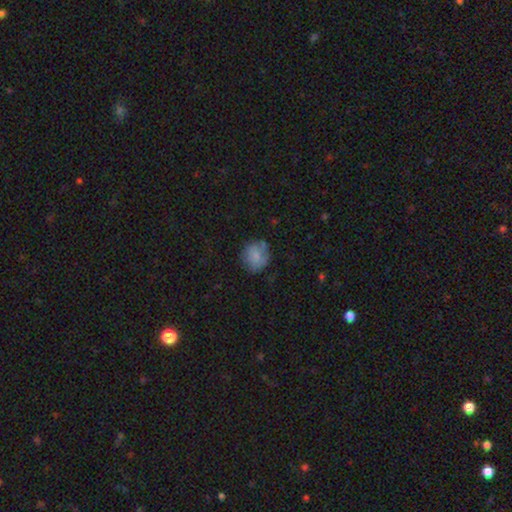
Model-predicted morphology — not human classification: This is likely a smooth galaxy (76%). How rounded: clearly round (80%). Merging: likely none (69%).